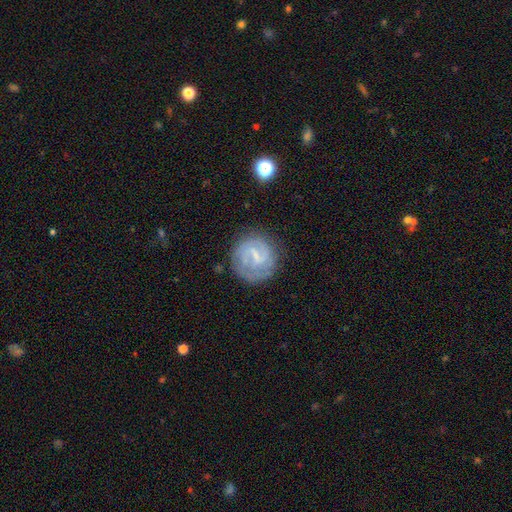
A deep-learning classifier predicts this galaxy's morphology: This appears to be a featured or disk galaxy (70%) with a weak bar (53%), 2 (53%) tight (58%) spiral arms (83%) and a small central bulge (49%). Merging: none (74%).